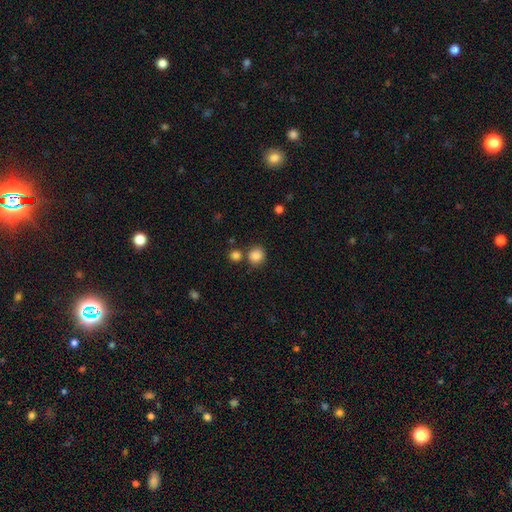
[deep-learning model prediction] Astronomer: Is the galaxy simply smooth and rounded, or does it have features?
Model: smooth — 86%.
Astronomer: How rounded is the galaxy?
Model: round — 88%.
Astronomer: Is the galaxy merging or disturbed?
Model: none — 73%.